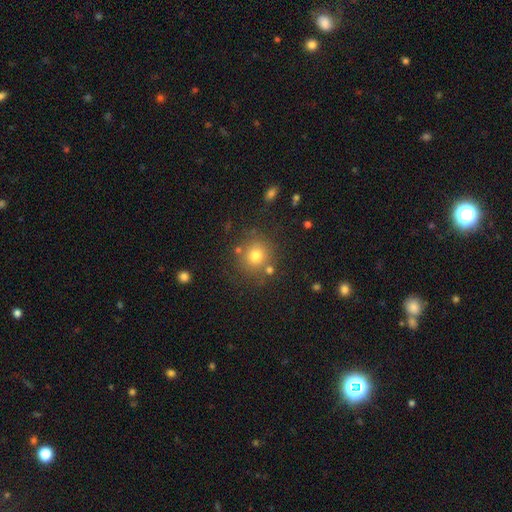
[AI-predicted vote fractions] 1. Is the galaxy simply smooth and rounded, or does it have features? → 75% smooth, 15% star or artifact, 10% featured or disk.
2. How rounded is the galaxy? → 90% round, 9% in between, 1% cigar-shaped.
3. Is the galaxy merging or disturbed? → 78% none, 10% minor disturbance, 8% merger, 4% major disturbance.